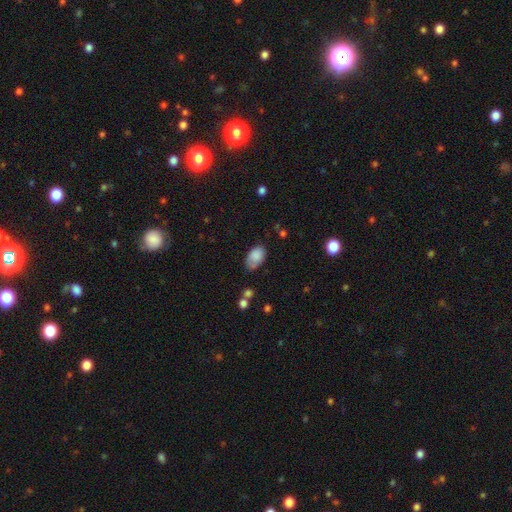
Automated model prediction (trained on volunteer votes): This is clearly a smooth galaxy (83%). How rounded: clearly in between (91%). Merging: likely none (60%).